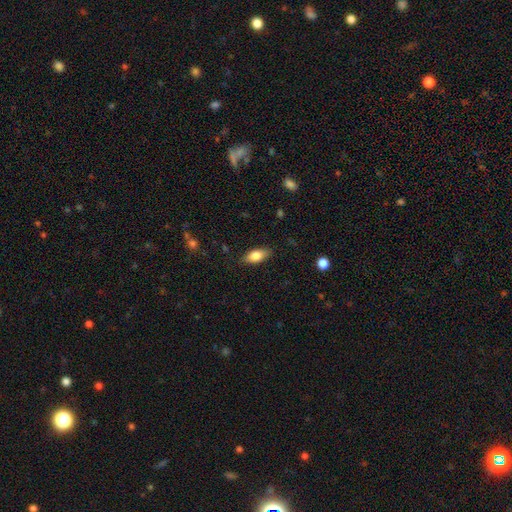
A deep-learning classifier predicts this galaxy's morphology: This is likely a smooth galaxy (78%). How rounded: clearly in between (82%). Merging: clearly none (84%).